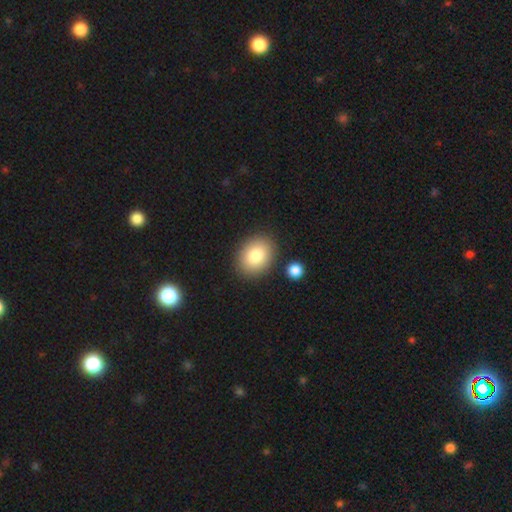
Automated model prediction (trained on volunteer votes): A smooth galaxy with no disk features (83%) that is in between round and cigar-shaped (62%).

Vote fractions:
- Smooth or featured? smooth: 83% / featured or disk: 9% / star or artifact: 8%
- How rounded? in between: 62% / round: 37% / cigar-shaped: 1%
- Merging? none: 84% / minor disturbance: 9% / merger: 4% / major disturbance: 3%